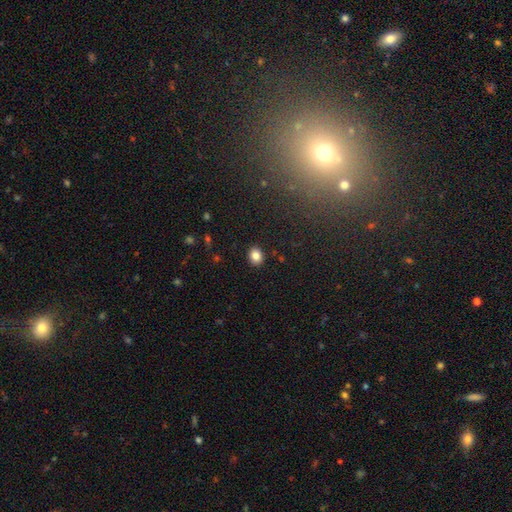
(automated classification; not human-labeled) Smooth or featured? smooth (84%)
How rounded? round (62%)
Merging? none (90%)